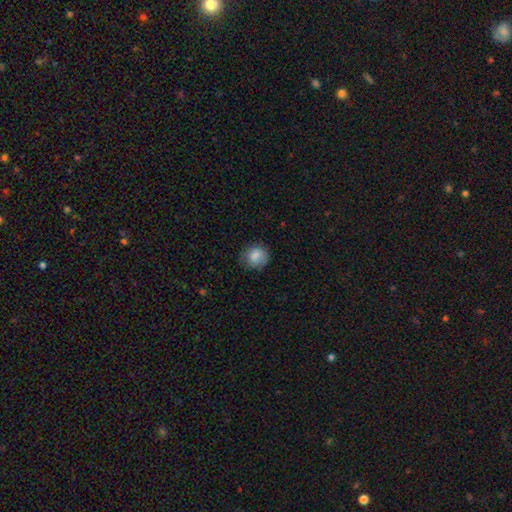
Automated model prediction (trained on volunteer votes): smooth_or_featured: smooth (p=0.84) [alt: star or artifact p=0.08]
how_rounded: round (p=0.78) [alt: in between p=0.22]
merging: none (p=0.72) [alt: minor disturbance p=0.21]